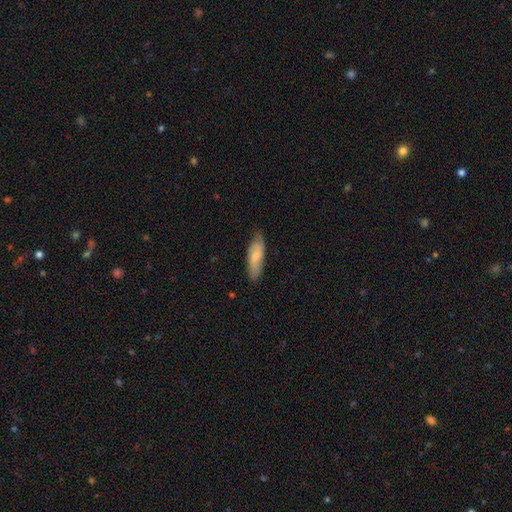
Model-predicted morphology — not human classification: This appears to be a smooth galaxy with no disk features (68%) that is in between round and cigar-shaped (53%). Merging: none (76%).